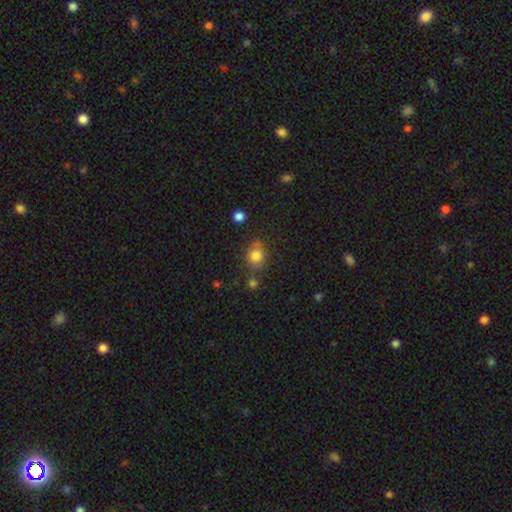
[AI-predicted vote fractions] Smooth or featured? Predicted: smooth (p=0.80). How rounded? Predicted: round (p=0.71). Merging? Predicted: none (p=0.66).